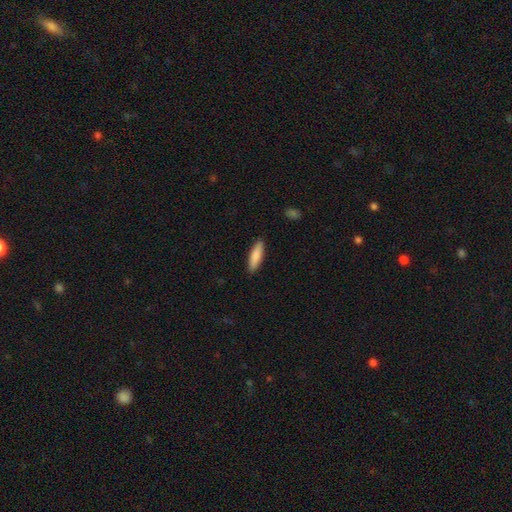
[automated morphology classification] This is clearly a smooth galaxy (83%). How rounded: likely cigar-shaped (65%). Merging: clearly none (89%).